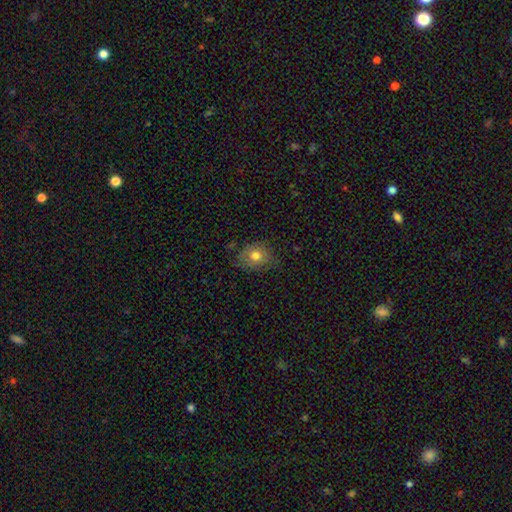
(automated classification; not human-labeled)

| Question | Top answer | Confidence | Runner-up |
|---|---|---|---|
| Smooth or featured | smooth | 76% | featured or disk (14%) |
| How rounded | round | 52% | in between (47%) |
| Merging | none | 69% | minor disturbance (23%) |